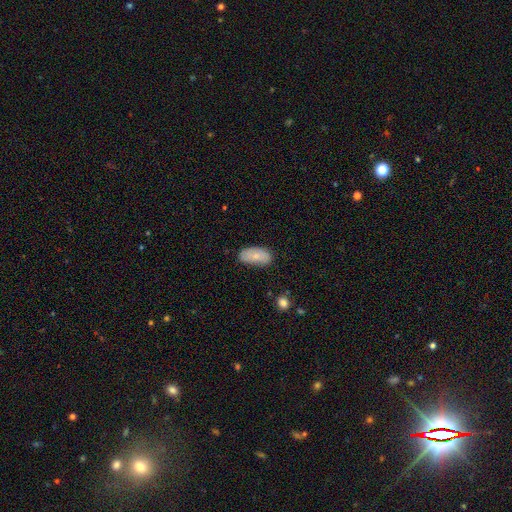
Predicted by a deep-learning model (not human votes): The model was most divided on "merging": none: 68%, minor disturbance: 25%, major disturbance: 5%, merger: 2%. More confident: how rounded — in between (93%); smooth or featured — smooth (74%).